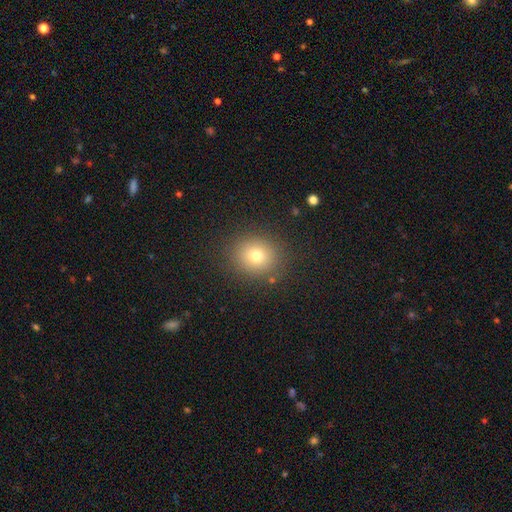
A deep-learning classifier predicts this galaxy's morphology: smooth 75%, star or artifact 15%, featured or disk 10%. Down the decision tree: how rounded — round (78%); merging — none (87%).